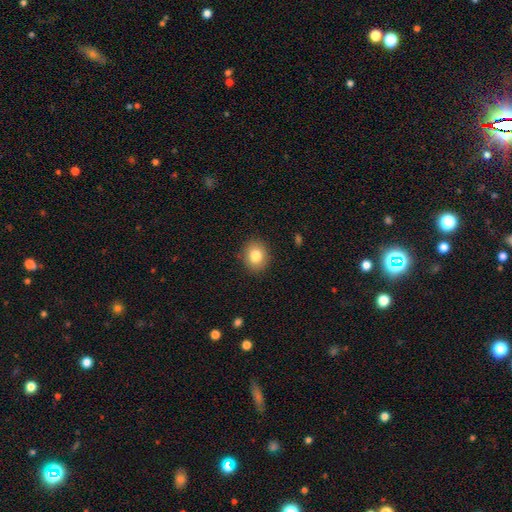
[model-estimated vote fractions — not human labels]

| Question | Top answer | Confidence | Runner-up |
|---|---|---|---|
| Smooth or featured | smooth | 82% | star or artifact (9%) |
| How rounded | round | 65% | in between (34%) |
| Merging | none | 89% | minor disturbance (8%) |